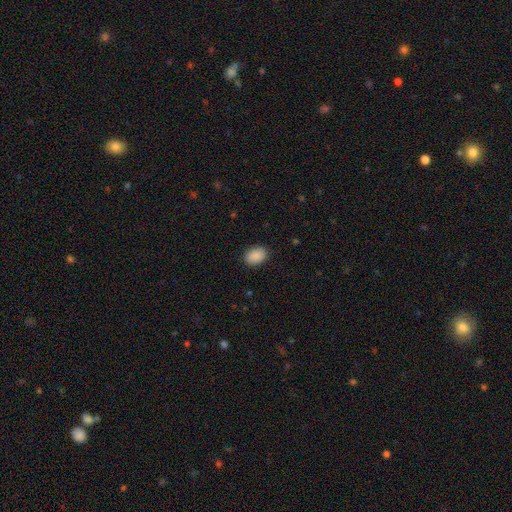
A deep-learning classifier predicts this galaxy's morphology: Smooth or featured? Predicted: smooth (p=0.90). How rounded? Predicted: in between (p=0.79). Merging? Predicted: none (p=0.89).